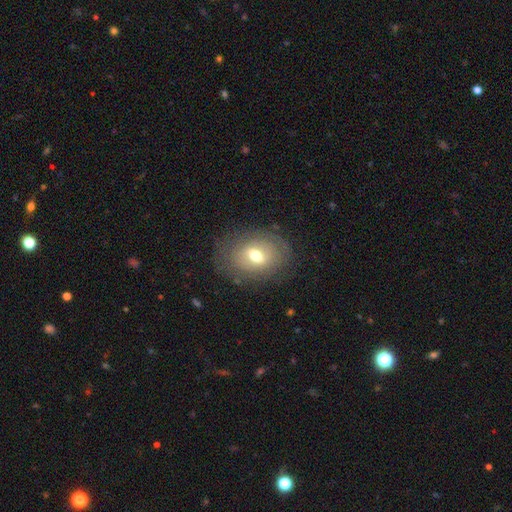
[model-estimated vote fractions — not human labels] smooth-or-featured: smooth: 50% | featured or disk: 40% | star or artifact: 9%
  how-rounded: in between: 65% | round: 34% | cigar-shaped: 1%
  merging: none: 75% | minor disturbance: 16% | major disturbance: 8% | merger: 1%